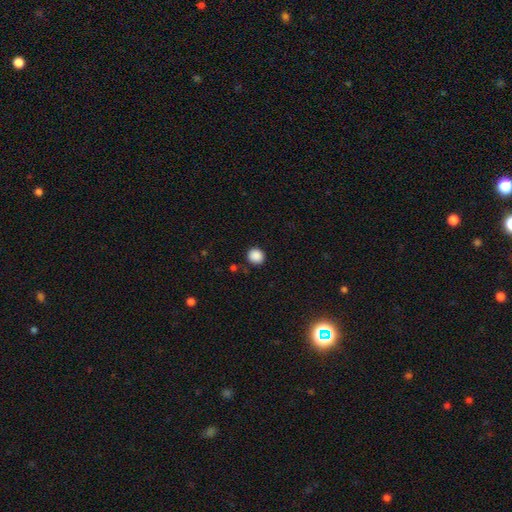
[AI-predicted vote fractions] Smooth or featured? smooth (88%)
How rounded? round (90%)
Merging? none (89%)